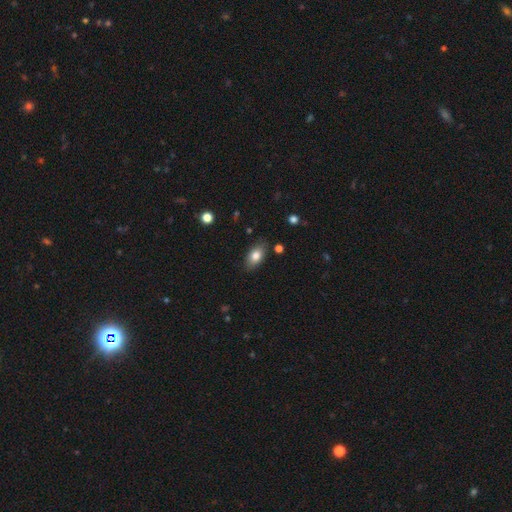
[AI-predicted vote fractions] Smooth or featured? smooth (80%)
How rounded? in between (89%)
Merging? none (84%)